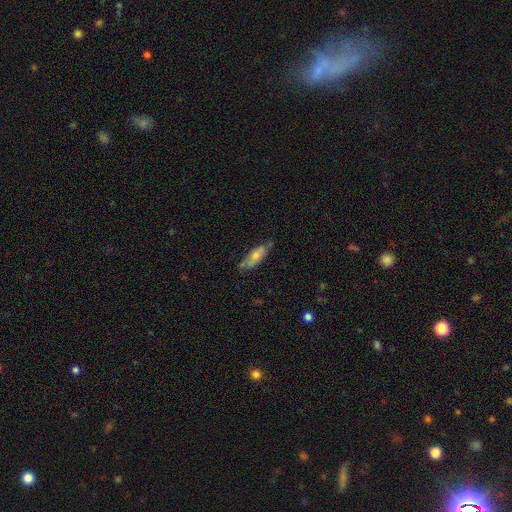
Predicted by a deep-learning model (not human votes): This is likely a smooth galaxy (66%). How rounded: likely in between (62%). Merging: possibly none (59%).